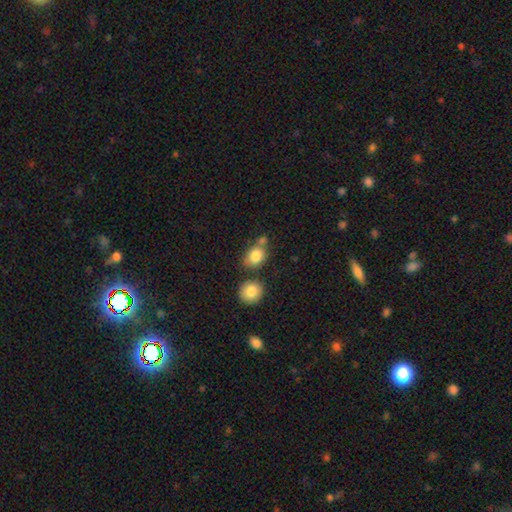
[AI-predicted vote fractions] This is clearly a smooth galaxy (82%). How rounded: likely in between (61%). Merging: possibly none (56%).